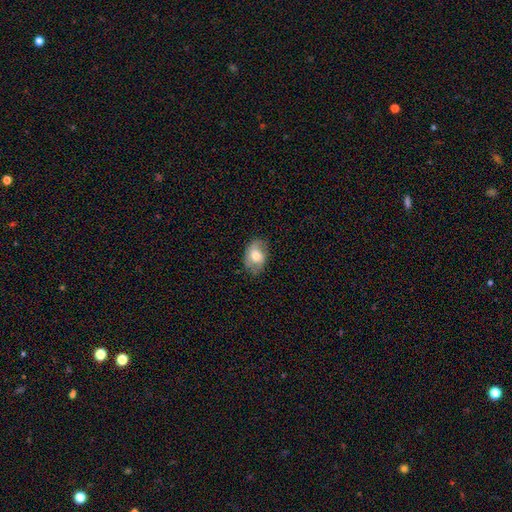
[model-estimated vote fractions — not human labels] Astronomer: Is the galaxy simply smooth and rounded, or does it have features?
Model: smooth — 59%.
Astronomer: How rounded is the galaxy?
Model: in between — 78%.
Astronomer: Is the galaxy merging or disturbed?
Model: none — 72%.